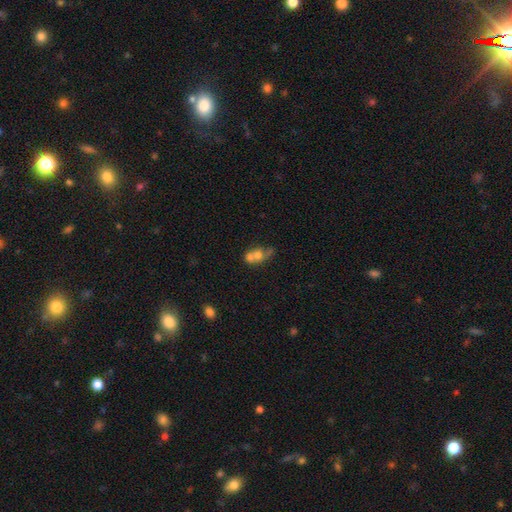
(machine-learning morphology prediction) A smooth galaxy with no disk features (62%) that is in between round and cigar-shaped (49%). Merging: merger (63%).